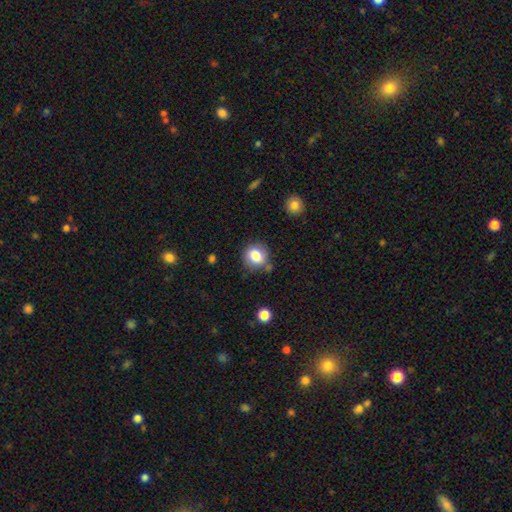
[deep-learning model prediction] Smooth or featured? smooth (81%)
How rounded? round (75%)
Merging? none (75%)